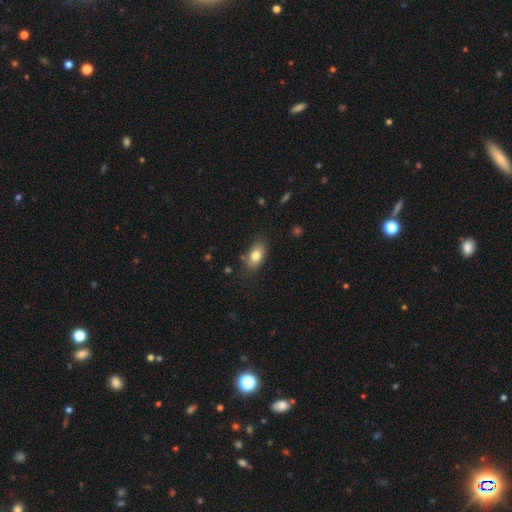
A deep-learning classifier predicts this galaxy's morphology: This appears to be a smooth galaxy with no disk features (80%) that is in between round and cigar-shaped (88%). Merging: none (77%).